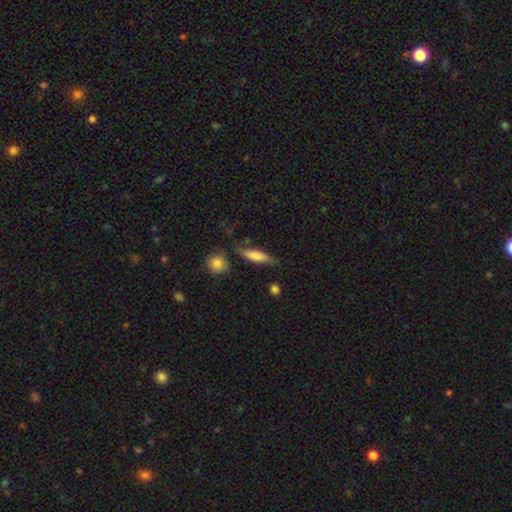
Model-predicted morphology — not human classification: This appears to be a smooth galaxy with no disk features (70%) that is cigar-shaped (57%). Merging: none (68%).